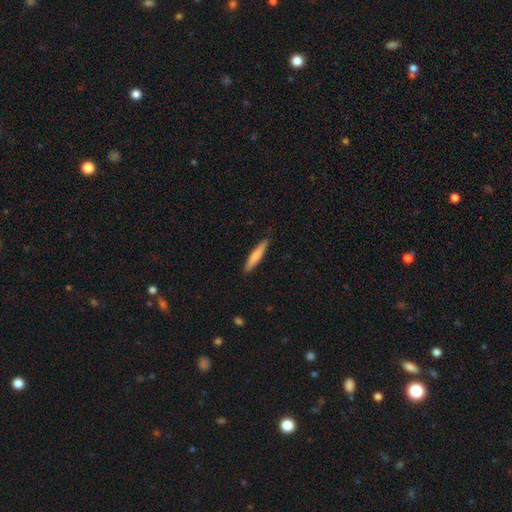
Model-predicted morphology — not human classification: Q: Smooth or featured?
A: smooth (72%); runner-up: featured or disk (23%)
Q: How rounded?
A: cigar-shaped (92%); runner-up: in between (7%)
Q: Merging?
A: none (90%); runner-up: minor disturbance (8%)